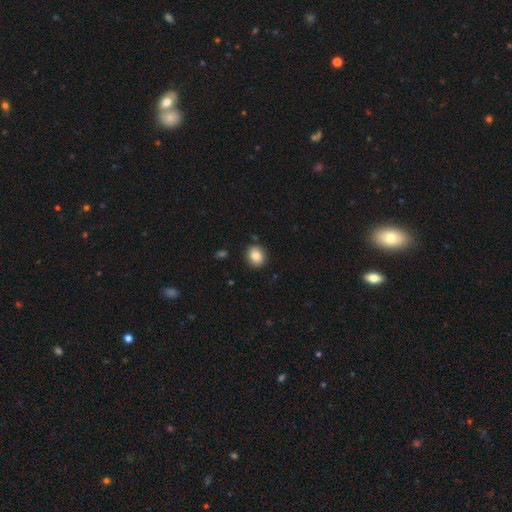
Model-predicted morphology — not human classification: Smooth or featured? smooth (84%)
How rounded? round (67%)
Merging? none (89%)